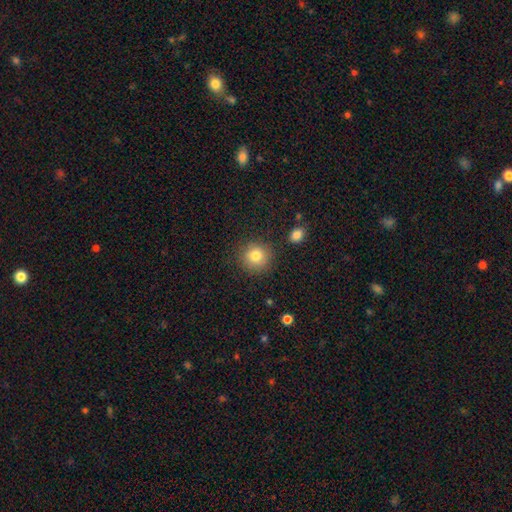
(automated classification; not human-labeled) This is clearly a smooth galaxy (81%). How rounded: clearly round (91%). Merging: clearly none (86%).